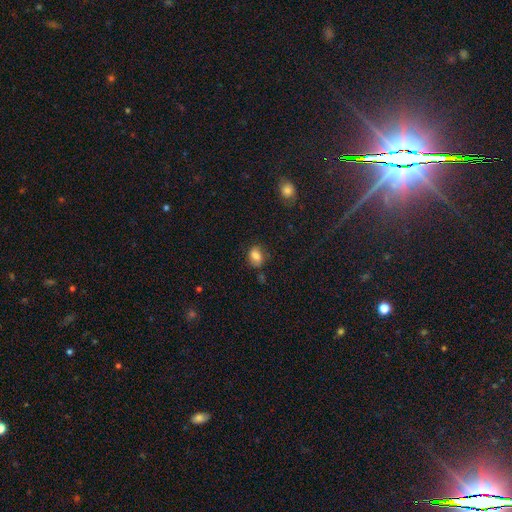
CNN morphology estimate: Smooth or featured? smooth (78%)
How rounded? in between (66%)
Merging? none (70%)